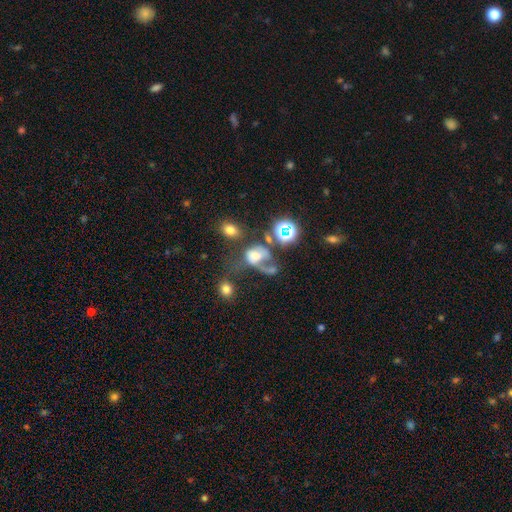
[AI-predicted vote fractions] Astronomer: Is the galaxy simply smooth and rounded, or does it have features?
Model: smooth — 42% (runner-up: featured or disk, 38%).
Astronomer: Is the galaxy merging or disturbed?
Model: major disturbance — 39% (runner-up: merger, 31%).